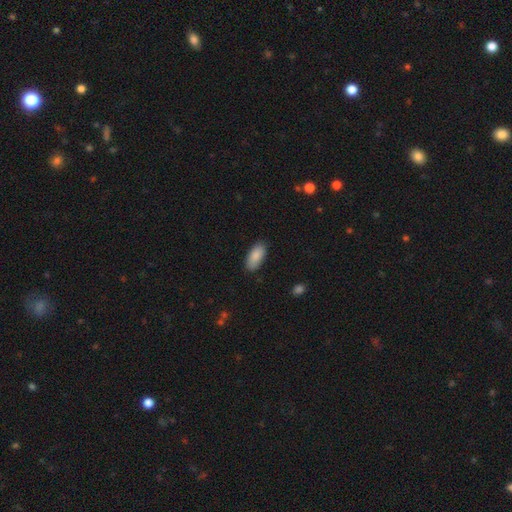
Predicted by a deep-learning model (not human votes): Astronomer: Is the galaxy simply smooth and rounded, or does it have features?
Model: smooth — 88%.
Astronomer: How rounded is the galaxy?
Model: in between — 90%.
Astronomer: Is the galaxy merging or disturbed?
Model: none — 85%.